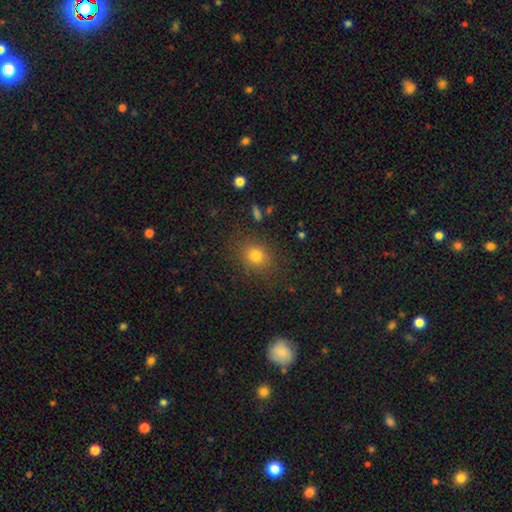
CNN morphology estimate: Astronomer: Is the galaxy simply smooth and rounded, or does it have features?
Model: smooth — 79%.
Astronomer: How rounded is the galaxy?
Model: round — 69%.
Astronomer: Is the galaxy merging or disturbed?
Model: none — 83%.